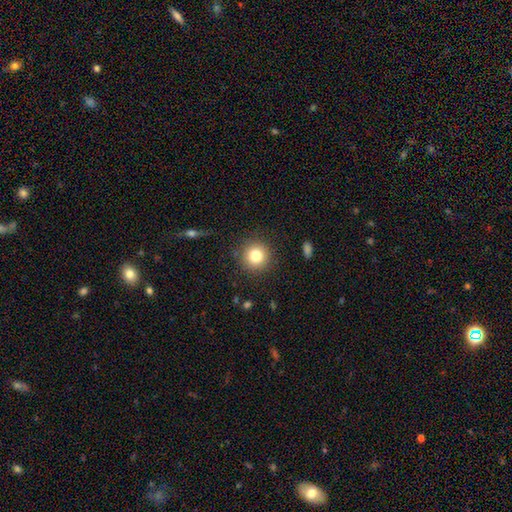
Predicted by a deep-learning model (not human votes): This appears to be a smooth galaxy with no disk features (80%) that is round (94%). Merging: none (89%).